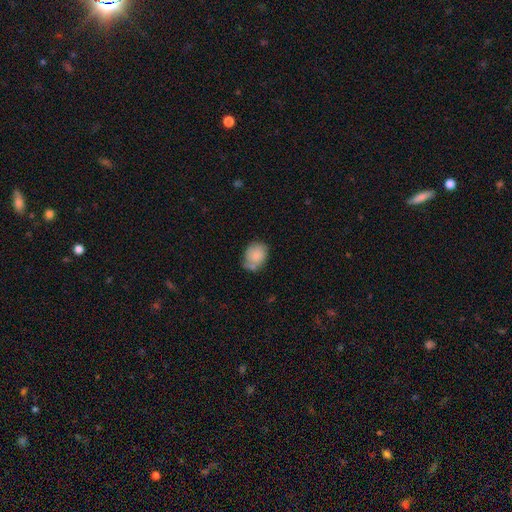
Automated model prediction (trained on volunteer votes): The model was most divided on "how rounded": in between: 52%, round: 47%, cigar-shaped: 1%. More confident: smooth or featured — smooth (82%); merging — none (53%).